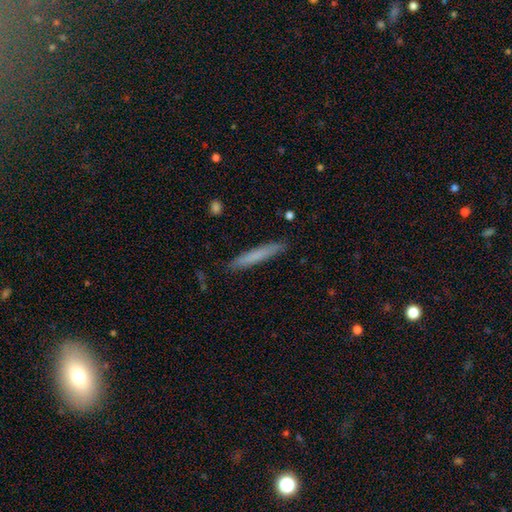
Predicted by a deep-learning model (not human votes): smooth_or_featured: smooth (p=0.72) [alt: featured or disk p=0.22]
how_rounded: cigar-shaped (p=0.95) [alt: in between p=0.03]
merging: none (p=0.89) [alt: minor disturbance p=0.08]